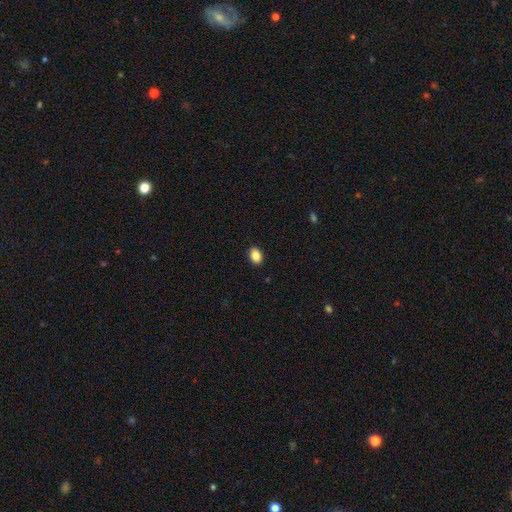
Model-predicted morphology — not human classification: Smooth or featured? smooth (87%)
How rounded? in between (75%)
Merging? none (90%)